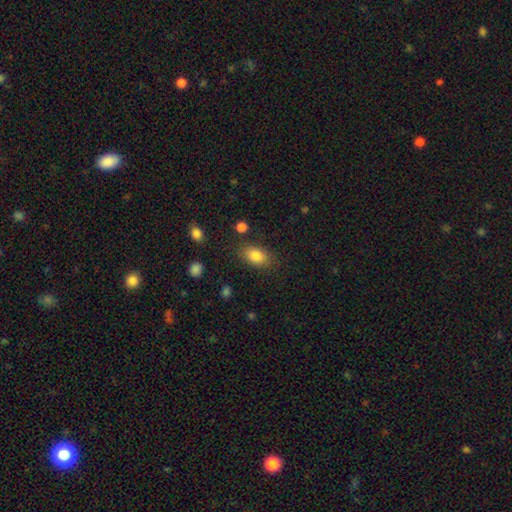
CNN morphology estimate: This appears to be a smooth galaxy with no disk features (84%) that is in between round and cigar-shaped (85%). Merging: none (80%).